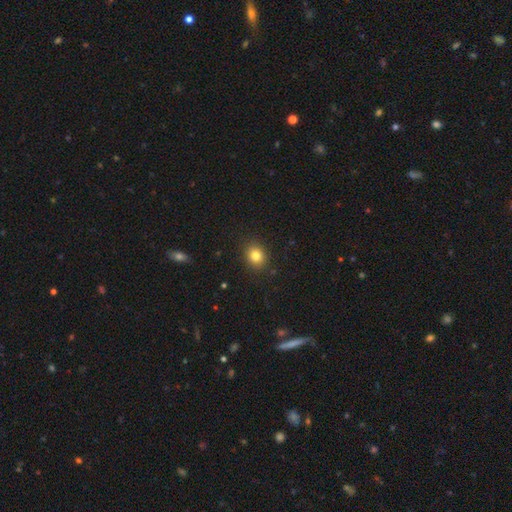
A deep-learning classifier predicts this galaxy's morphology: Smooth or featured? Predicted: smooth (p=0.82). How rounded? Predicted: round (p=0.64). Merging? Predicted: none (p=0.89).